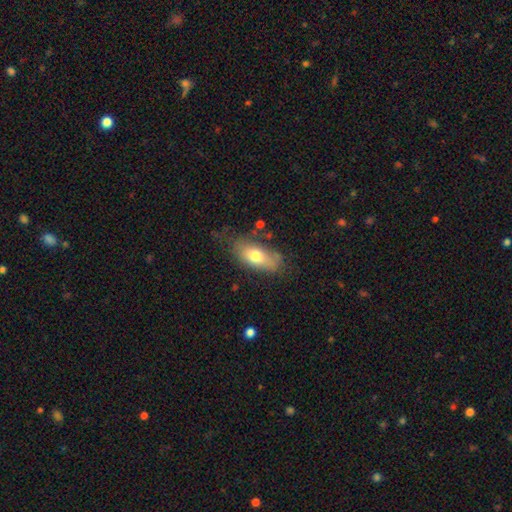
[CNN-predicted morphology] Q: Smooth or featured?
A: smooth (71%); runner-up: featured or disk (22%)
Q: How rounded?
A: in between (87%); runner-up: cigar-shaped (8%)
Q: Merging?
A: none (59%); runner-up: minor disturbance (27%)